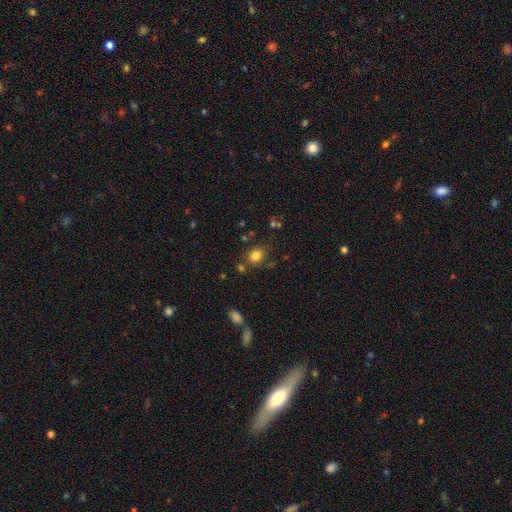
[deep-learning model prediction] A smooth galaxy with no disk features (81%) that is round (69%).

Vote fractions:
- Smooth or featured? smooth: 81% / star or artifact: 13% / featured or disk: 7%
- How rounded? round: 69% / in between: 30% / cigar-shaped: 1%
- Merging? none: 77% / minor disturbance: 12% / merger: 7% / major disturbance: 4%